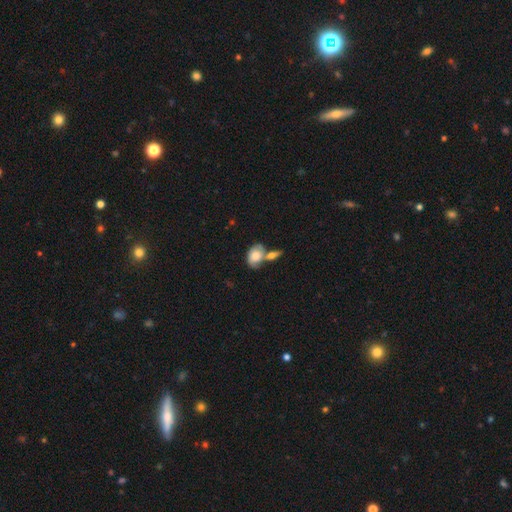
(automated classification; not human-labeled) Smooth or featured: smooth — 64% (featured or disk — 29%)
How rounded: in between — 77% (round — 21%)
Merging: merger — 44% (none — 32%)